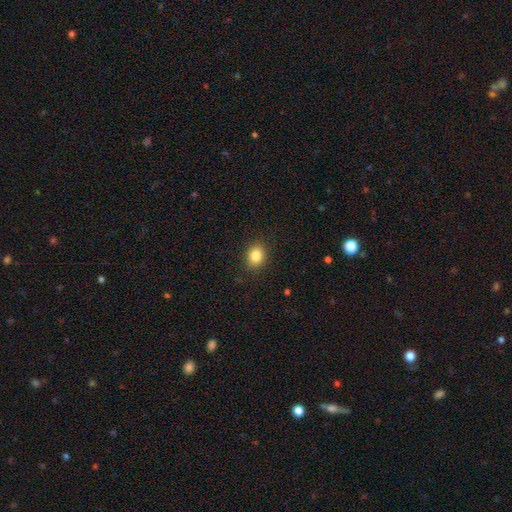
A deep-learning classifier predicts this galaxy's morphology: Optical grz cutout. It shows a smooth galaxy with no disk features (84%) that is round (54%). Merging: none (88%).